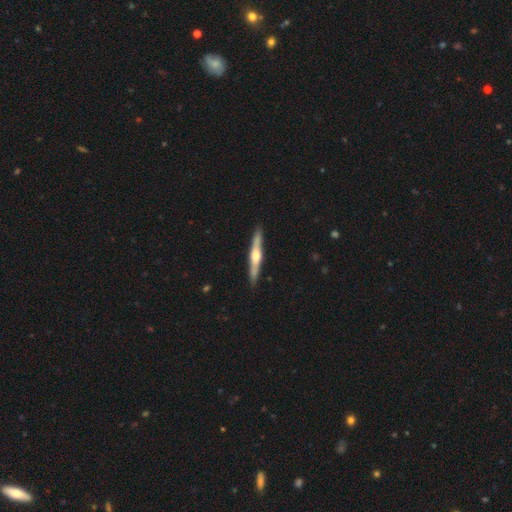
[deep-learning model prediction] Smooth or featured?
  - featured or disk: 69% *
  - smooth: 26%
  - star or artifact: 5%
Edge-on disk?
  - yes: 97% *
  - no: 3%
Edge-on bulge?
  - rounded: 88% *
  - boxy: 7%
  - none: 5%
Merging?
  - none: 90% *
  - minor disturbance: 7%
  - major disturbance: 1%
  - merger: 1%